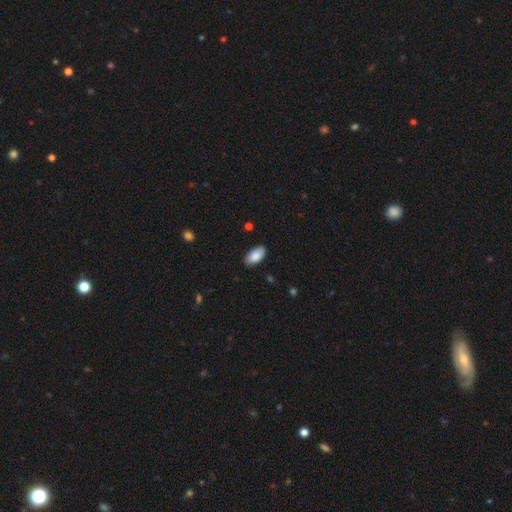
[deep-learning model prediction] Smooth or featured?
  - smooth: 87% *
  - featured or disk: 7%
  - star or artifact: 6%
How rounded?
  - in between: 95% *
  - cigar-shaped: 3%
  - round: 2%
Merging?
  - none: 84% *
  - minor disturbance: 12%
  - major disturbance: 2%
  - merger: 1%